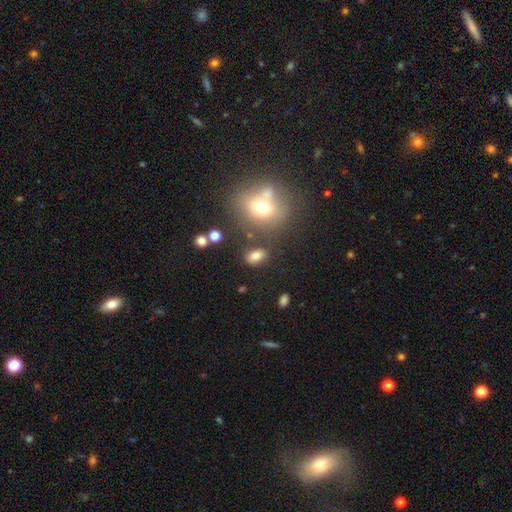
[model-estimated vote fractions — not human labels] Smooth or featured? smooth (77%)
How rounded? in between (83%)
Merging? none (78%)